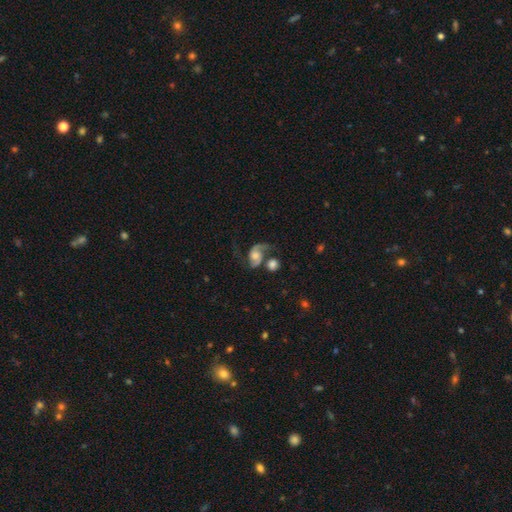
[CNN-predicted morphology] Smooth or featured? featured or disk (81%)
Edge-on disk? no (98%)
Bar? no (62%)
Spiral arms? yes (95%)
Spiral winding? loose (60%)
Spiral arm count? 2 (87%)
Bulge size? moderate (42%)
Merging? none (43%)